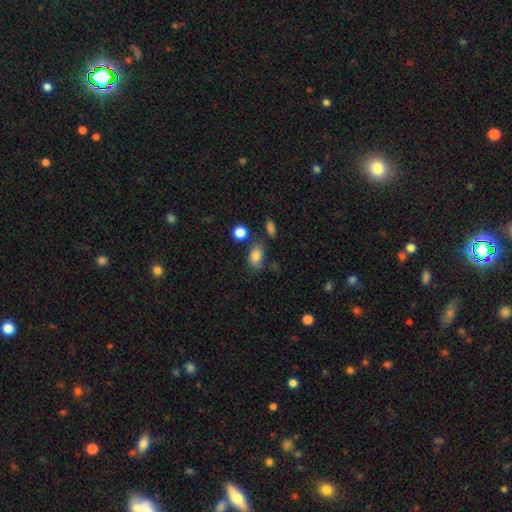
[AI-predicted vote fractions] Smooth or featured?
  - smooth: 82% *
  - star or artifact: 9%
  - featured or disk: 9%
How rounded?
  - in between: 85% *
  - round: 12%
  - cigar-shaped: 2%
Merging?
  - none: 68% *
  - minor disturbance: 18%
  - merger: 9%
  - major disturbance: 5%